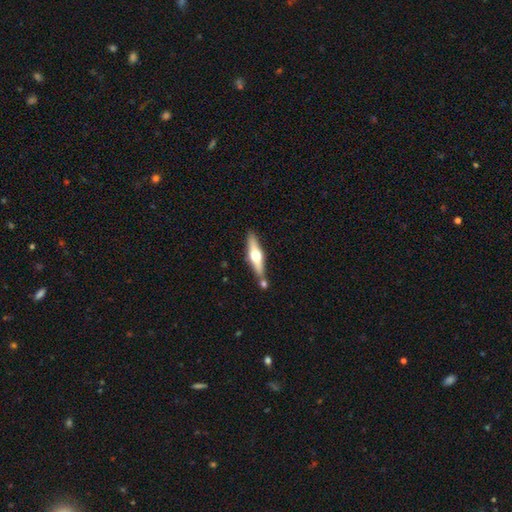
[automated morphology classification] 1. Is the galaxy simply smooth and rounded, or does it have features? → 61% featured or disk, 34% smooth, 5% star or artifact.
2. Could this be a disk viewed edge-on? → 94% yes, 6% no.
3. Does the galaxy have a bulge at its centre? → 95% rounded, 3% boxy, 2% none.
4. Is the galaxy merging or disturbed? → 77% none, 11% minor disturbance, 10% merger, 3% major disturbance.